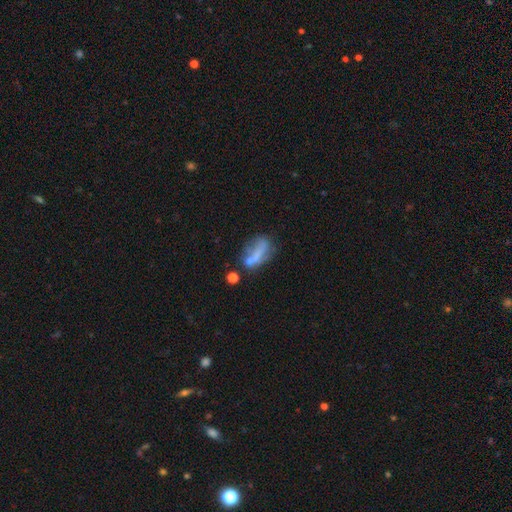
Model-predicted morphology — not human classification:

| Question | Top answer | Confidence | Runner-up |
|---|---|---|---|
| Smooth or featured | smooth | 49% | featured or disk (37%) |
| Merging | none | 35% | minor disturbance (22%) |